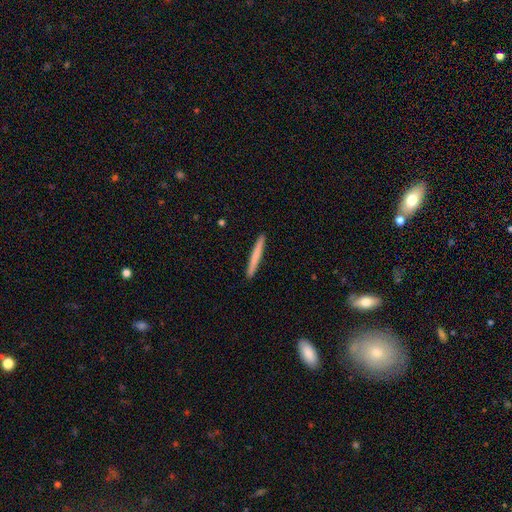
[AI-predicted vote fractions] Q: Smooth or featured?
A: smooth (68%); runner-up: featured or disk (26%)
Q: How rounded?
A: cigar-shaped (97%); runner-up: in between (2%)
Q: Merging?
A: none (93%); runner-up: minor disturbance (5%)